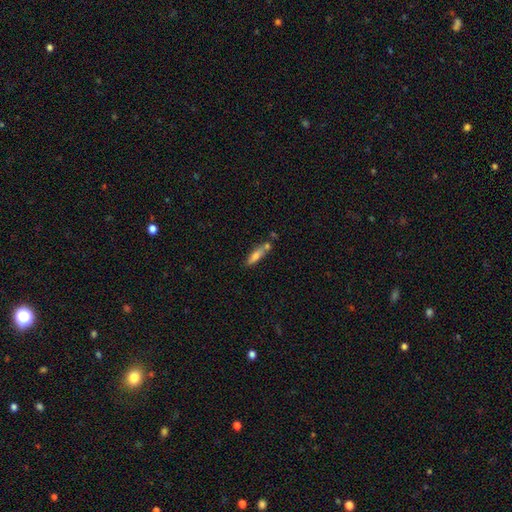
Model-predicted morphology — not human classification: Smooth or featured? Predicted: smooth (p=0.68). How rounded? Predicted: cigar-shaped (p=0.61). Merging? Predicted: none (p=0.54).